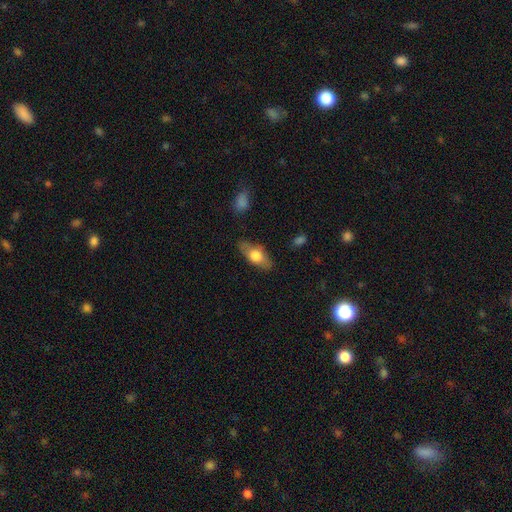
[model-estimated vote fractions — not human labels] Q: Smooth or featured?
A: smooth (64%); runner-up: featured or disk (30%)
Q: How rounded?
A: in between (78%); runner-up: cigar-shaped (18%)
Q: Merging?
A: none (81%); runner-up: minor disturbance (14%)